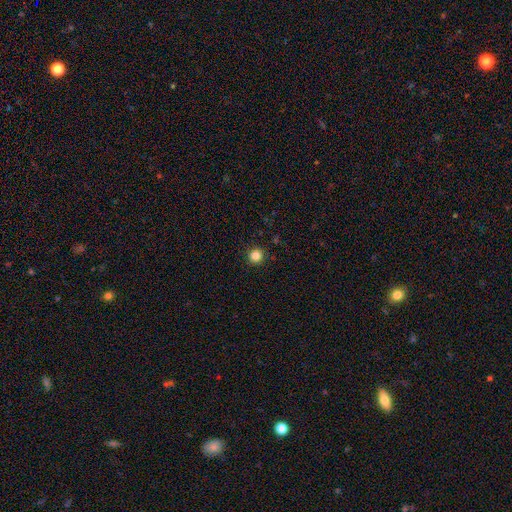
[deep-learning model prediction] Smooth or featured: smooth — 85% (star or artifact — 12%)
How rounded: round — 94% (in between — 5%)
Merging: none — 92% (minor disturbance — 5%)